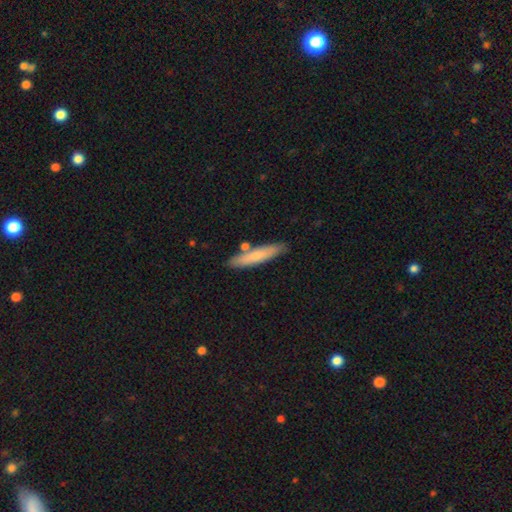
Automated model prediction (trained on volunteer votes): Overall: smooth (73%). How rounded: cigar-shaped (88%). Merging: none (81%).